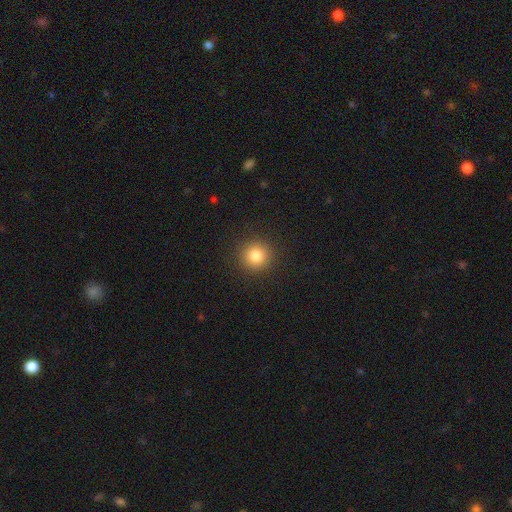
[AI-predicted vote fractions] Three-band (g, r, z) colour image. It shows a smooth galaxy with no disk features (82%) that is round (94%). Merging: none (92%).